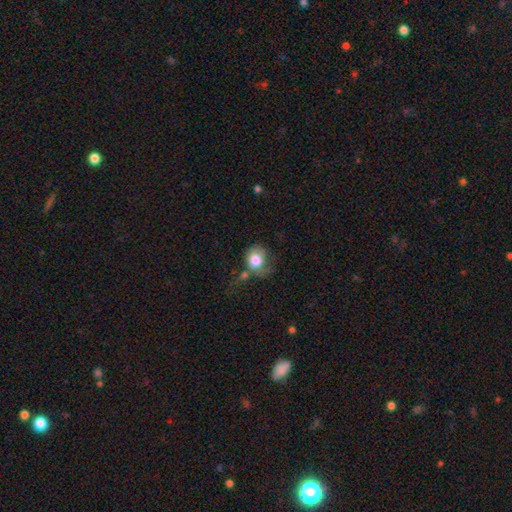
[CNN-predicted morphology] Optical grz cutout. It shows a smooth galaxy with no disk features (61%) that is round (77%). Merging: none (48%).